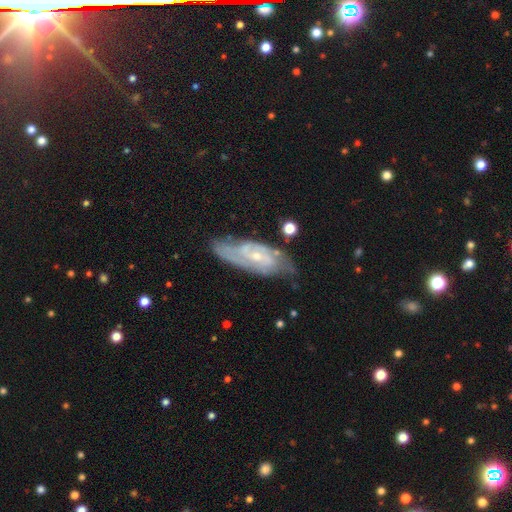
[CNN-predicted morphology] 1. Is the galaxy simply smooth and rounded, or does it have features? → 81% featured or disk, 13% smooth, 6% star or artifact.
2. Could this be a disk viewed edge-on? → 89% no, 11% yes.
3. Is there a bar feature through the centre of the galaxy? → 50% no, 40% weak, 10% strong.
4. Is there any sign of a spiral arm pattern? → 90% yes, 10% no.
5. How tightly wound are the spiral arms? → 49% tight, 39% medium, 12% loose.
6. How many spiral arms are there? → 49% 2, 31% can't tell, 10% 3, 4% 1, 3% 4, 3% more than 4.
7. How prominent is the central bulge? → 70% small, 26% moderate, 3% none, 1% large, 1% dominant.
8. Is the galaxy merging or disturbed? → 65% none, 23% minor disturbance, 8% major disturbance, 3% merger.